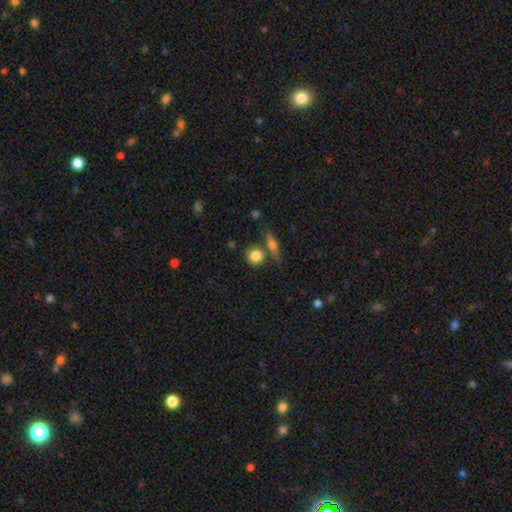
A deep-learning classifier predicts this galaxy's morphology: Q: Smooth or featured?
A: smooth (81%); runner-up: featured or disk (10%)
Q: How rounded?
A: round (81%); runner-up: in between (16%)
Q: Merging?
A: none (66%); runner-up: merger (19%)